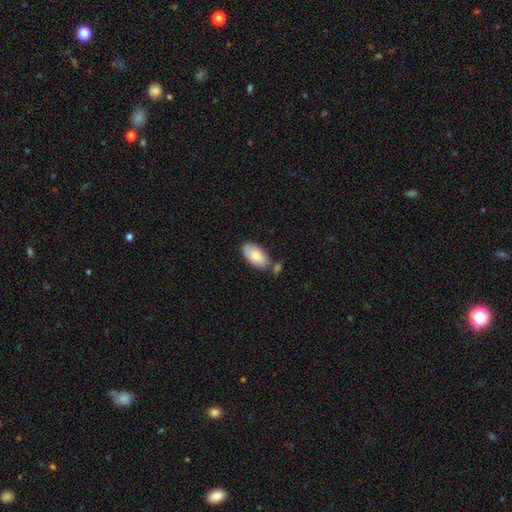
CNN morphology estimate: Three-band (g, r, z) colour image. It shows a smooth galaxy with no disk features (79%) that is in between round and cigar-shaped (95%). Merging: none (66%).